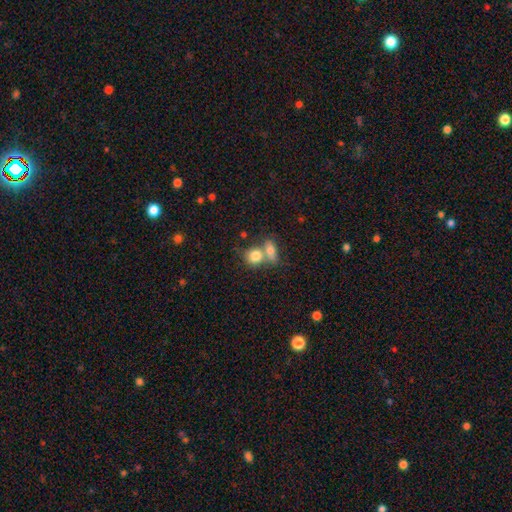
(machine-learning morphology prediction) Smooth or featured?
  - smooth: 80% *
  - featured or disk: 12%
  - star or artifact: 8%
How rounded?
  - round: 61% *
  - in between: 37%
  - cigar-shaped: 2%
Merging?
  - merger: 56% *
  - none: 33%
  - minor disturbance: 8%
  - major disturbance: 4%